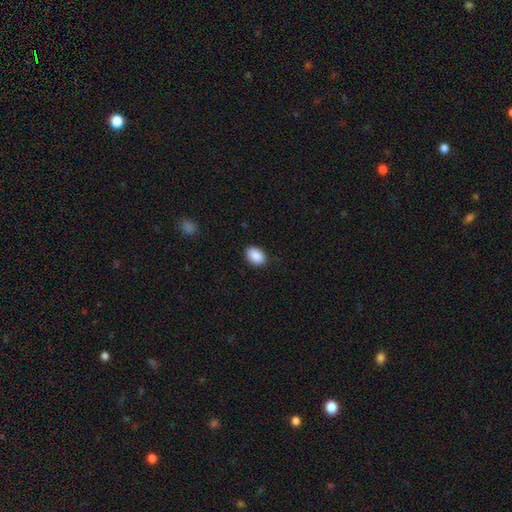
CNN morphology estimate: Smooth or featured? smooth (90%)
How rounded? in between (83%)
Merging? none (87%)